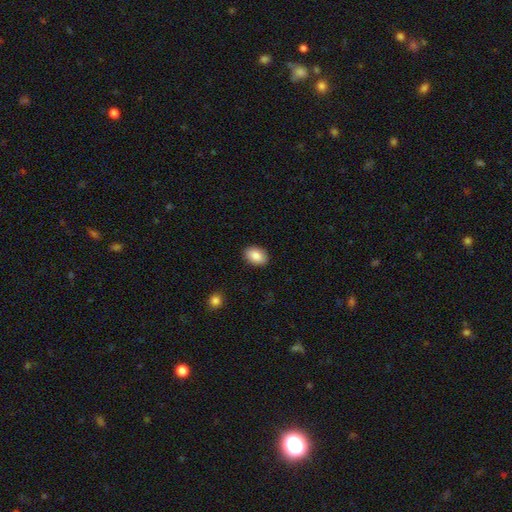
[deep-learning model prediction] smooth_or_featured: smooth (p=0.87) [alt: star or artifact p=0.07]
how_rounded: in between (p=0.84) [alt: round p=0.15]
merging: none (p=0.89) [alt: minor disturbance p=0.08]